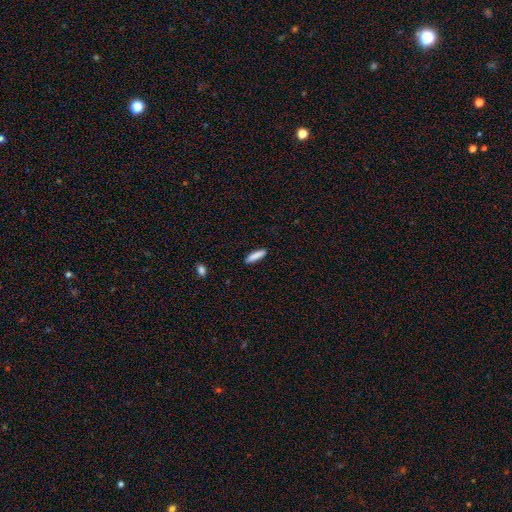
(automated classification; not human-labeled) Morphology: type=smooth (87%); roundness=cigar-shaped (78%); merging=none (90%).